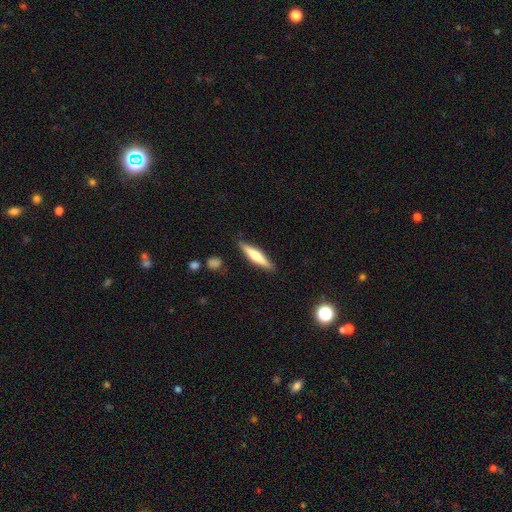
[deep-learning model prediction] Q: Smooth or featured?
A: smooth (52%); runner-up: featured or disk (42%)
Q: How rounded?
A: cigar-shaped (83%); runner-up: in between (16%)
Q: Merging?
A: none (87%); runner-up: minor disturbance (9%)